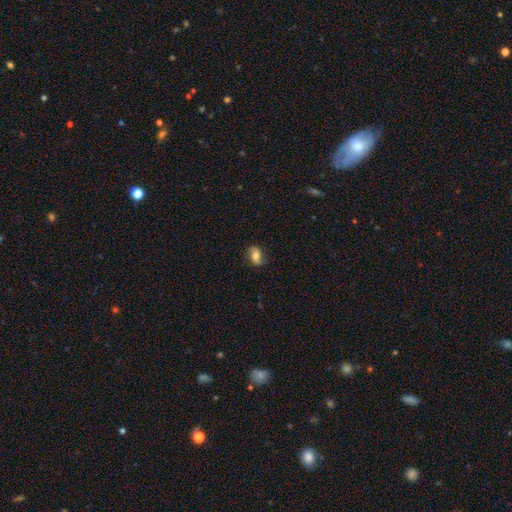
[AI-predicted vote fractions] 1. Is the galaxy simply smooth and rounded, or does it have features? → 65% smooth, 26% featured or disk, 9% star or artifact.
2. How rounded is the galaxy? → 85% in between, 11% round, 4% cigar-shaped.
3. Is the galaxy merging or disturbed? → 75% none, 19% minor disturbance, 5% major disturbance, 1% merger.